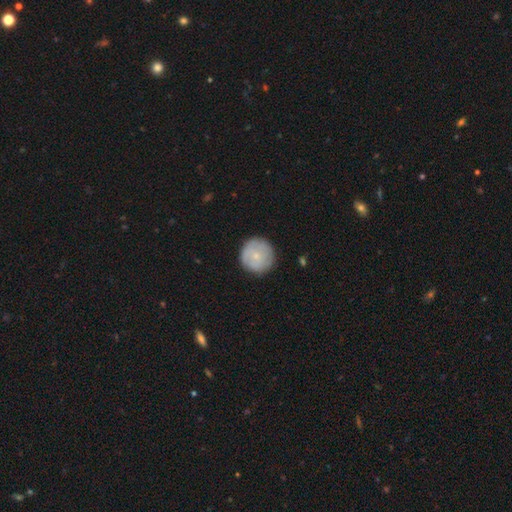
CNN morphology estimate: Q: Smooth or featured?
A: smooth (72%); runner-up: featured or disk (21%)
Q: How rounded?
A: round (95%); runner-up: in between (4%)
Q: Merging?
A: none (84%); runner-up: minor disturbance (12%)